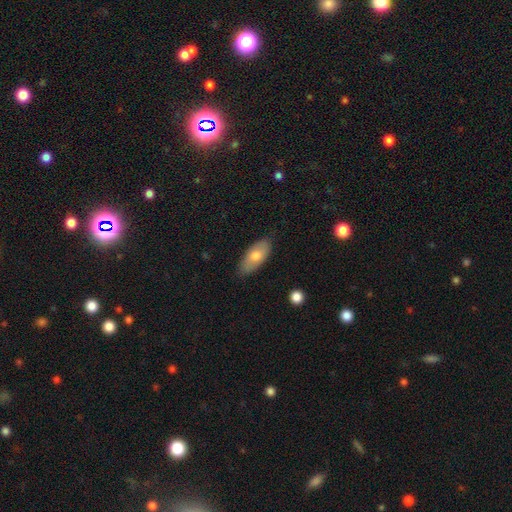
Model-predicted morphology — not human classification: This appears to be a smooth galaxy with no disk features (69%) that is in between round and cigar-shaped (88%). Merging: none (82%).